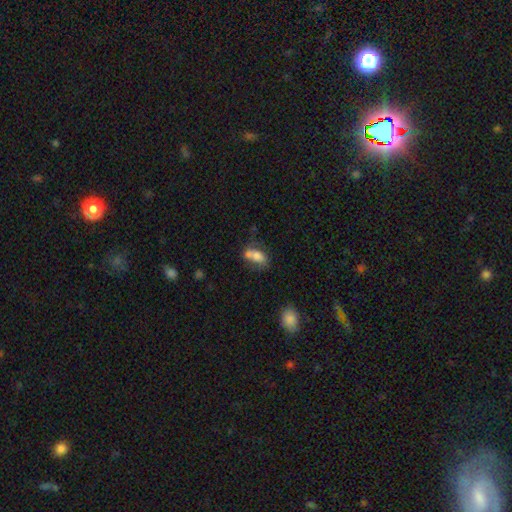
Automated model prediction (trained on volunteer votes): A smooth galaxy with no disk features (71%) that is in between round and cigar-shaped (82%).

Vote fractions:
- Smooth or featured? smooth: 71% / featured or disk: 19% / star or artifact: 10%
- How rounded? in between: 82% / round: 11% / cigar-shaped: 7%
- Merging? merger: 43% / none: 32% / minor disturbance: 16% / major disturbance: 10%